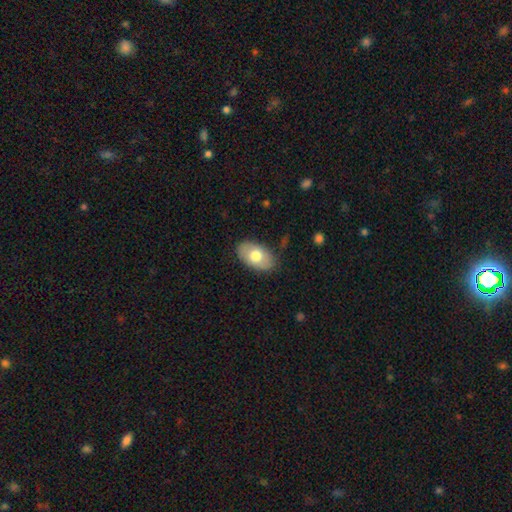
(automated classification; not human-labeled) Smooth or featured: smooth — 68% (featured or disk — 26%)
How rounded: in between — 93% (round — 6%)
Merging: none — 83% (minor disturbance — 13%)